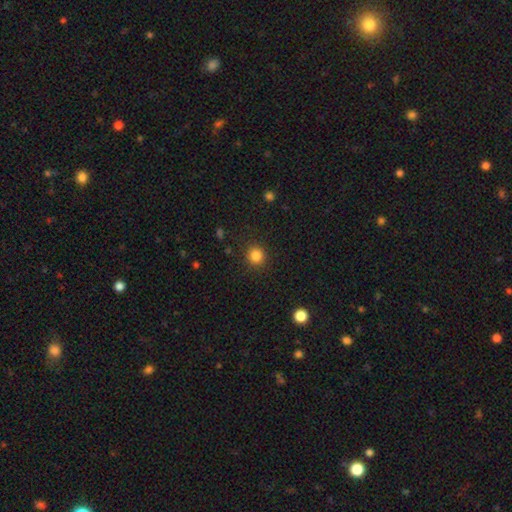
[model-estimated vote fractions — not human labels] smooth_or_featured: smooth (p=0.85) [alt: star or artifact p=0.12]
how_rounded: round (p=0.91) [alt: in between p=0.08]
merging: none (p=0.90) [alt: minor disturbance p=0.06]